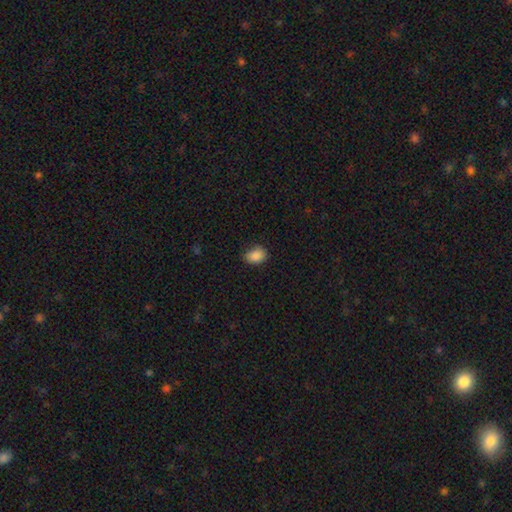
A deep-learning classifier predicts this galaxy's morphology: The model was most divided on "how rounded": in between: 72%, round: 27%, cigar-shaped: 1%. More confident: smooth or featured — smooth (87%); merging — none (73%).